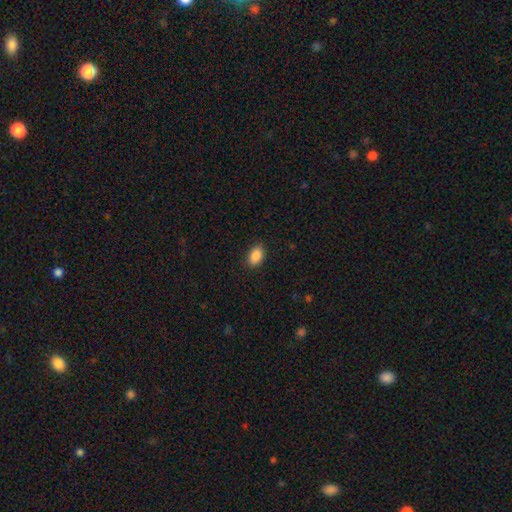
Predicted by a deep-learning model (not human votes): This is clearly a smooth galaxy (89%). How rounded: clearly in between (88%). Merging: clearly none (88%).